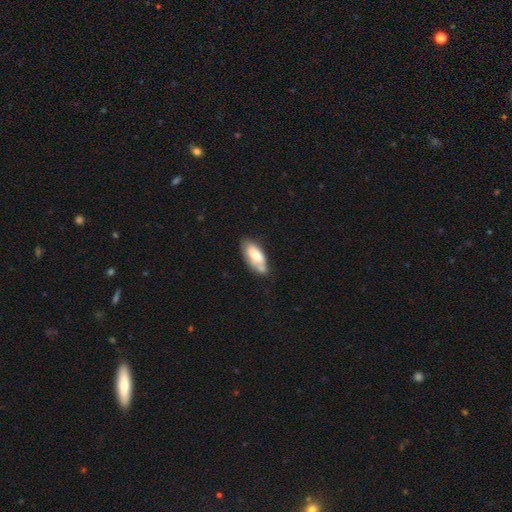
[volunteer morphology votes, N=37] type=smooth (78%); roundness=in between (93%); merging=none (49%).